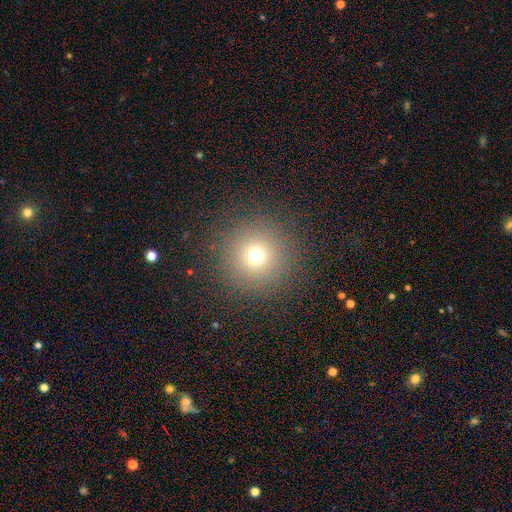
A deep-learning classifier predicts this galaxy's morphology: type=smooth (70%); roundness=round (96%); merging=none (89%).